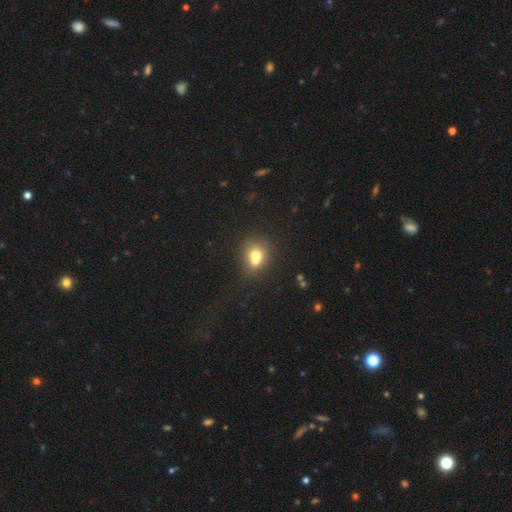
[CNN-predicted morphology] A smooth galaxy with no disk features (68%) that is round (67%).

Vote fractions:
- Smooth or featured? smooth: 68% / featured or disk: 19% / star or artifact: 13%
- How rounded? round: 67% / in between: 32% / cigar-shaped: 1%
- Merging? merger: 48% / none: 37% / minor disturbance: 11% / major disturbance: 4%